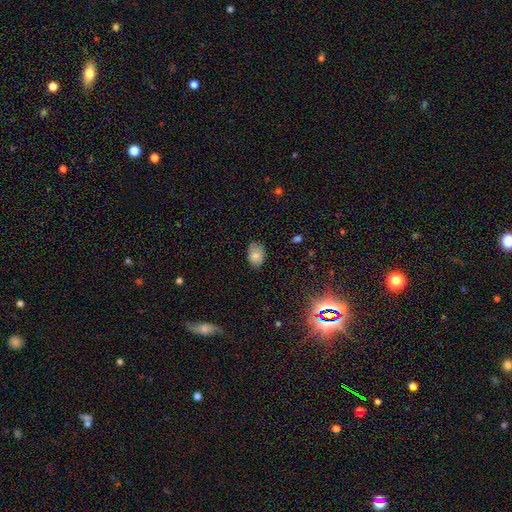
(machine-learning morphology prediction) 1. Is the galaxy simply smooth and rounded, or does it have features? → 80% smooth, 10% star or artifact, 10% featured or disk.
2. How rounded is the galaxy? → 81% in between, 18% round, 1% cigar-shaped.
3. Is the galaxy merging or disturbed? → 72% none, 23% minor disturbance, 4% major disturbance, 1% merger.